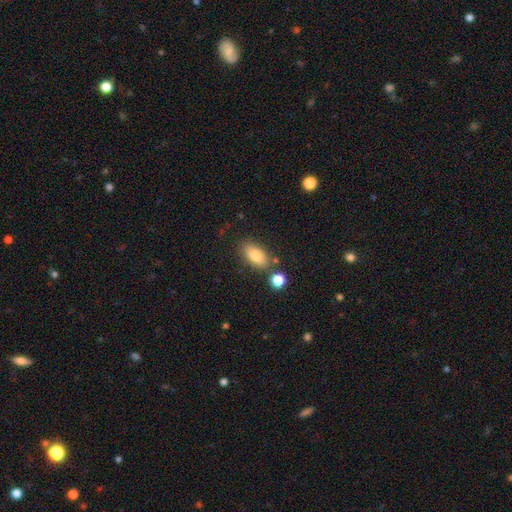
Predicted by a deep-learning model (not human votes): Smooth or featured? Predicted: smooth (p=0.83). How rounded? Predicted: in between (p=0.88). Merging? Predicted: none (p=0.75).